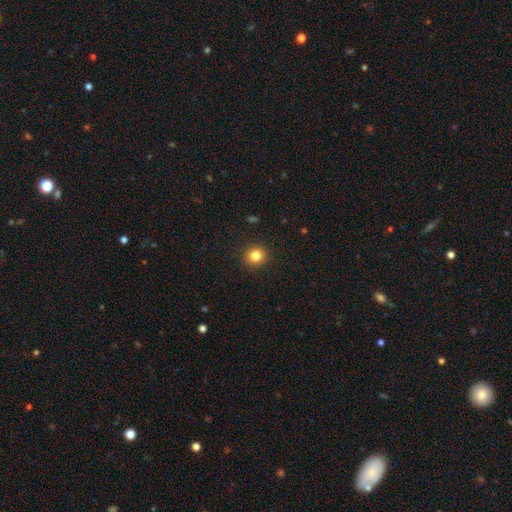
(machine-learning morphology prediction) type=smooth (83%); roundness=round (89%); merging=none (92%).